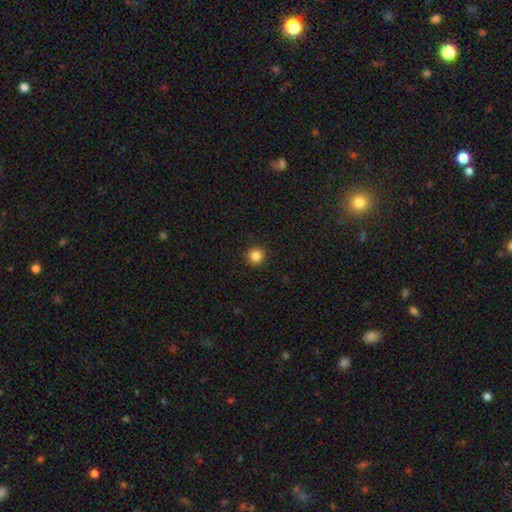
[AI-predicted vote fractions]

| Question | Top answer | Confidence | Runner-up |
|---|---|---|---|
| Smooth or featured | smooth | 85% | star or artifact (12%) |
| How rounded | round | 96% | in between (3%) |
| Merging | none | 93% | minor disturbance (4%) |